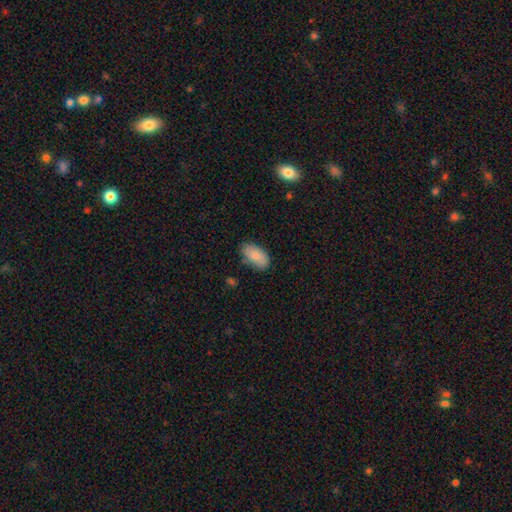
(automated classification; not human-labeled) Smooth or featured: smooth — 83% (featured or disk — 11%)
How rounded: in between — 94% (round — 4%)
Merging: none — 79% (minor disturbance — 16%)